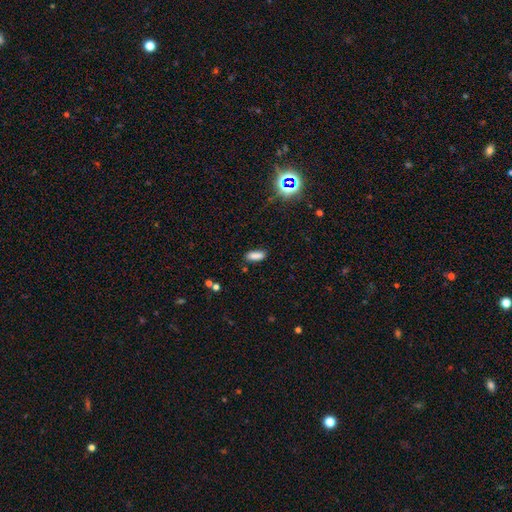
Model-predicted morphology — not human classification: The model was most divided on "how rounded": in between: 70%, cigar-shaped: 28%, round: 2%. More confident: smooth or featured — smooth (83%); merging — none (83%).